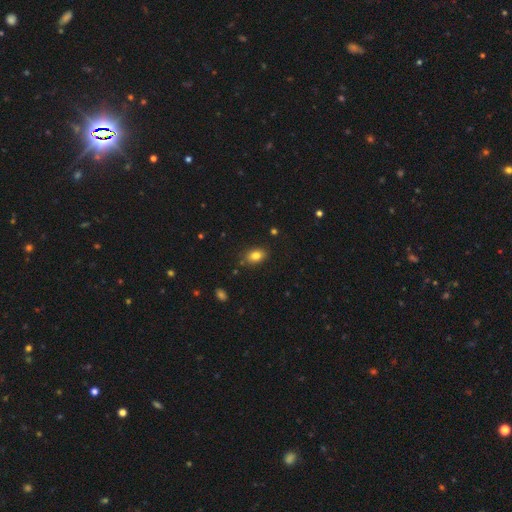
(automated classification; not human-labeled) Morphology: type=smooth (82%); roundness=in between (82%); merging=none (82%).